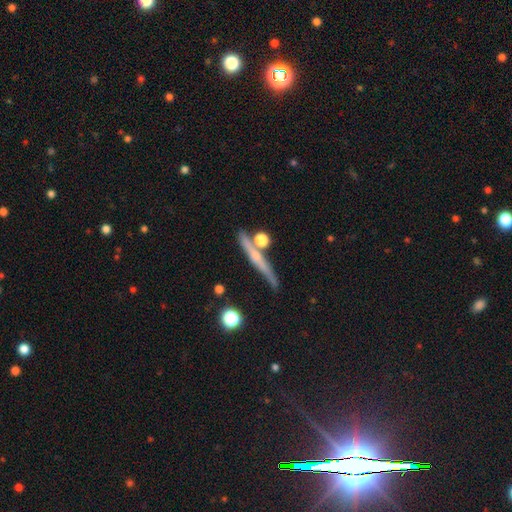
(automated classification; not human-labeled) featured or disk 57%, smooth 34%, star or artifact 8%. Down the decision tree: edge-on disk — yes (93%); edge-on bulge — rounded (53%); merging — none (73%).